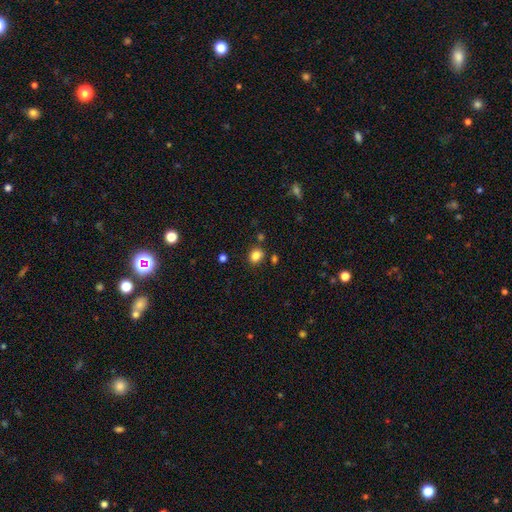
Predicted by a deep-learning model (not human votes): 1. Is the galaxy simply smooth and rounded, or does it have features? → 83% smooth, 12% star or artifact, 5% featured or disk.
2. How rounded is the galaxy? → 52% round, 47% in between, 1% cigar-shaped.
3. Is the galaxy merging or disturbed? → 82% none, 11% minor disturbance, 5% merger, 3% major disturbance.